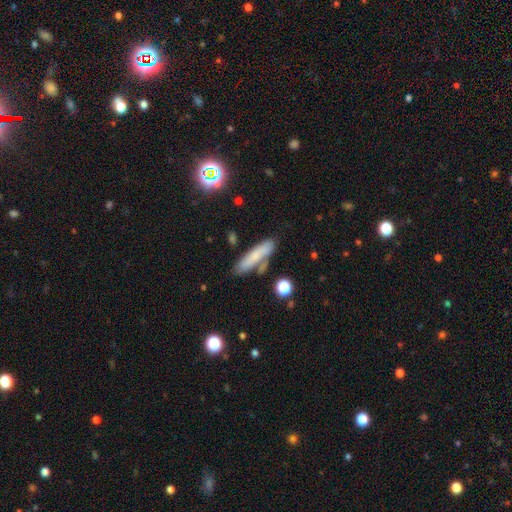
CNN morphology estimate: Q: Smooth or featured?
A: smooth (69%); runner-up: featured or disk (21%)
Q: How rounded?
A: cigar-shaped (74%); runner-up: in between (23%)
Q: Merging?
A: none (66%); runner-up: minor disturbance (18%)